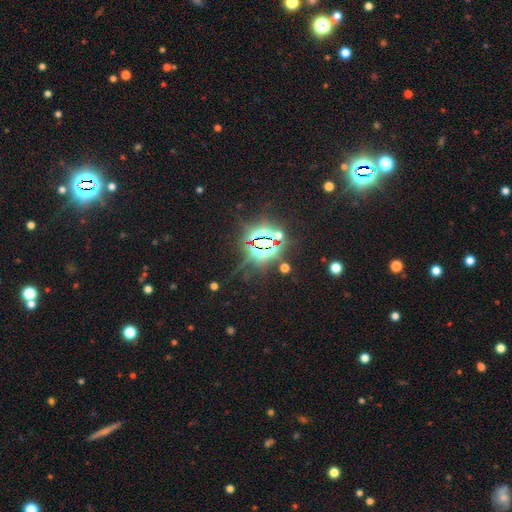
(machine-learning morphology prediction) Smooth or featured?
  - star or artifact: 85% *
  - smooth: 8%
  - featured or disk: 7%